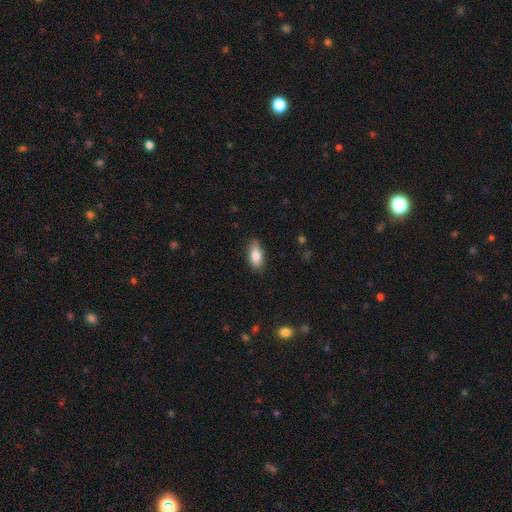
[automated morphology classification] Q: Smooth or featured?
A: smooth (80%); runner-up: featured or disk (13%)
Q: How rounded?
A: in between (84%); runner-up: cigar-shaped (13%)
Q: Merging?
A: none (84%); runner-up: minor disturbance (12%)